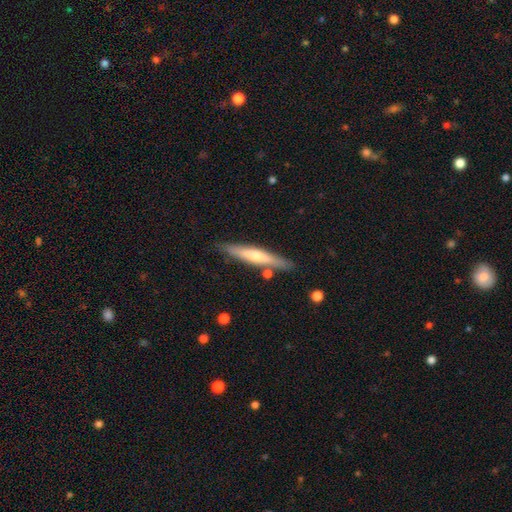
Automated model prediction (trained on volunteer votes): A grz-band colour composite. It shows a featured or disk galaxy (49%). Merging: none (83%).